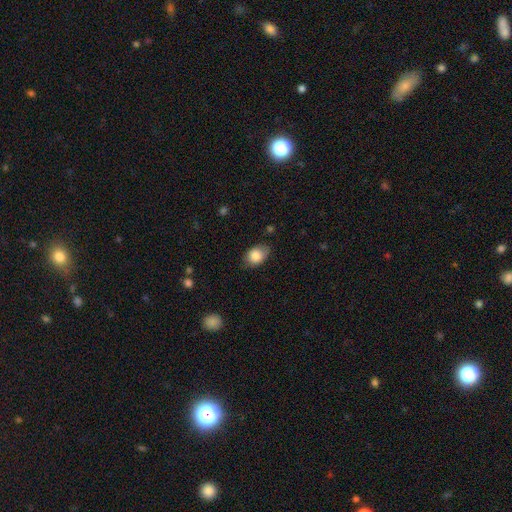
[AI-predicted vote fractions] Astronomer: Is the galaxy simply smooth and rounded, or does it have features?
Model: smooth — 84%.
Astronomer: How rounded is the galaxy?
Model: in between — 78%.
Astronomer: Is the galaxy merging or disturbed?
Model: none — 74%.